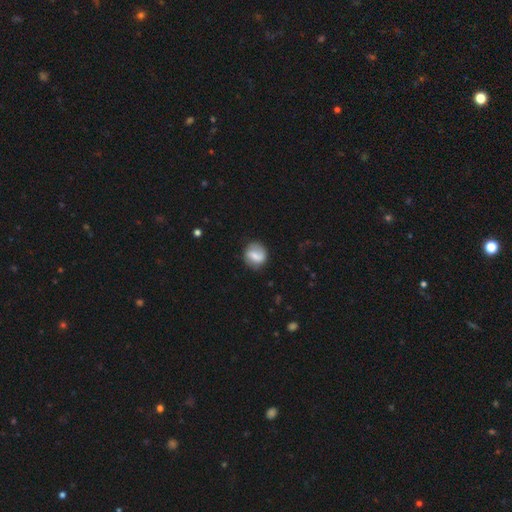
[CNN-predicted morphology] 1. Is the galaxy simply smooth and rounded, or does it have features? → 52% smooth, 41% featured or disk, 7% star or artifact.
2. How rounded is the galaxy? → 81% round, 18% in between, 1% cigar-shaped.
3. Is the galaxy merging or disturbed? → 76% none, 17% minor disturbance, 6% major disturbance, 2% merger.